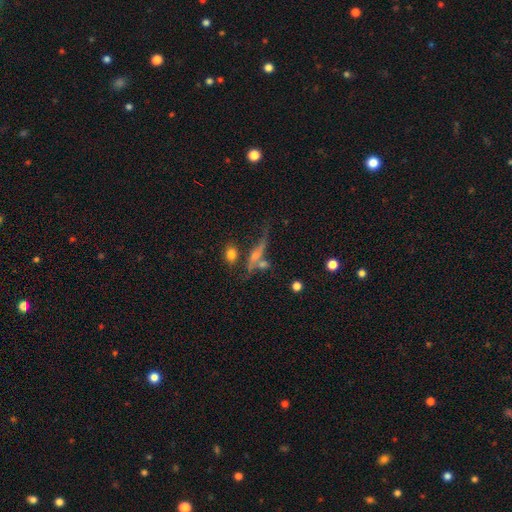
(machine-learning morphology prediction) The model was most divided on "smooth or featured": featured or disk: 45%, smooth: 42%, star or artifact: 13%. Remaining: merging — none (46%).